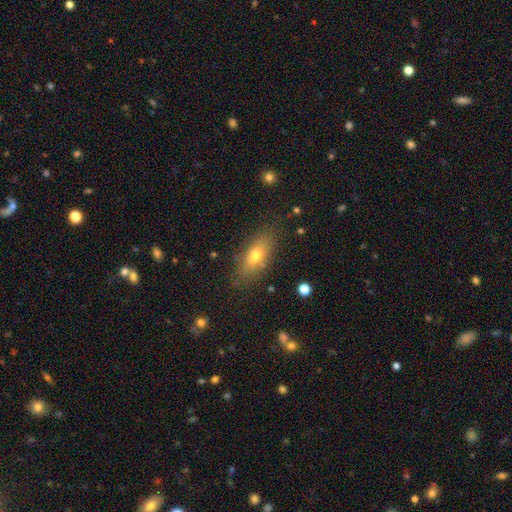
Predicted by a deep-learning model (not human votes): A smooth galaxy with no disk features (68%) that is in between round and cigar-shaped (73%).

Vote fractions:
- Smooth or featured? smooth: 68% / featured or disk: 23% / star or artifact: 9%
- How rounded? in between: 73% / cigar-shaped: 22% / round: 6%
- Merging? none: 81% / minor disturbance: 13% / major disturbance: 4% / merger: 2%